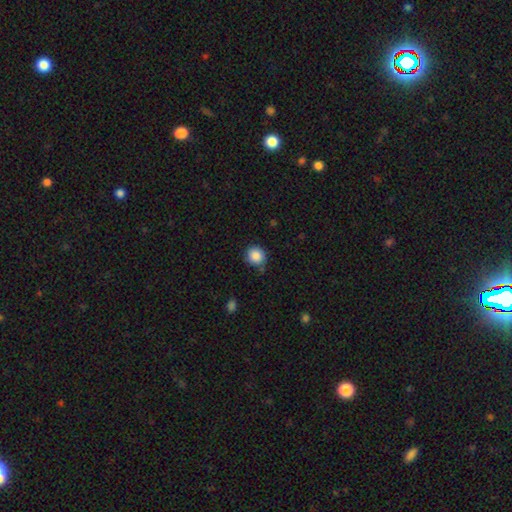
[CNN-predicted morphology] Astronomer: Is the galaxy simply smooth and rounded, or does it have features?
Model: smooth — 87%.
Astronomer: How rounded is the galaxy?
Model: round — 89%.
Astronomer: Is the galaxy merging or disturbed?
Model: none — 76%.